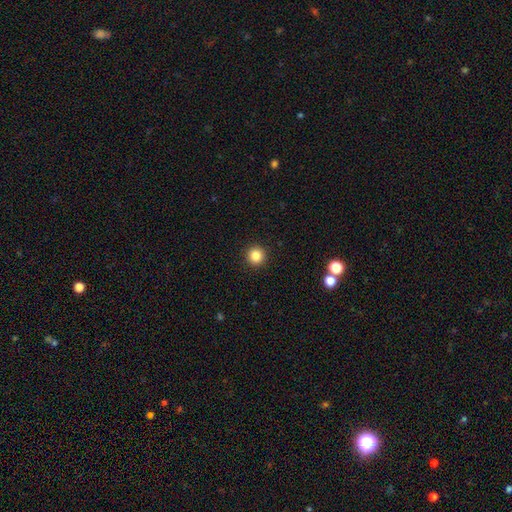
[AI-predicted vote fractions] smooth 84%, star or artifact 11%, featured or disk 5%. Down the decision tree: how rounded — round (96%); merging — none (93%).